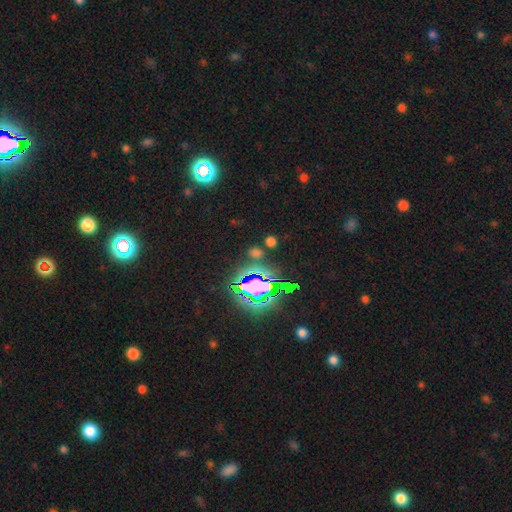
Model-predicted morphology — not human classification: Overall: star or artifact (75%).